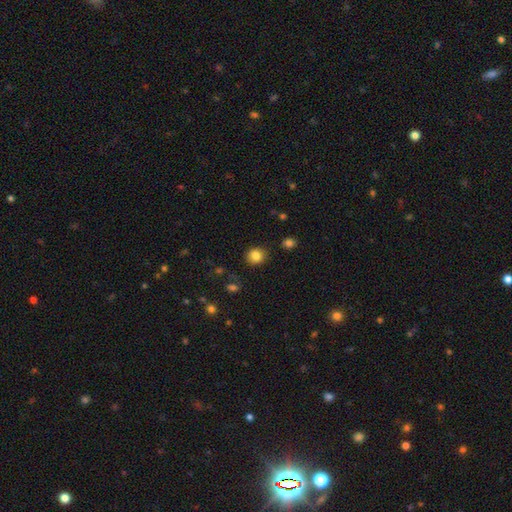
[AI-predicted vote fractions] A smooth galaxy with no disk features (85%) that is round (81%).

Vote fractions:
- Smooth or featured? smooth: 85% / star or artifact: 11% / featured or disk: 5%
- How rounded? round: 81% / in between: 18% / cigar-shaped: 1%
- Merging? none: 85% / minor disturbance: 10% / major disturbance: 3% / merger: 2%